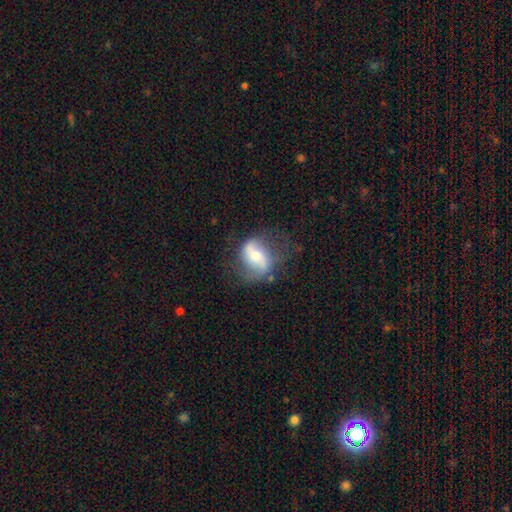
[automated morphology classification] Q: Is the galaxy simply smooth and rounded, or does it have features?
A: featured or disk — 68%.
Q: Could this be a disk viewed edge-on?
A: no — 95%.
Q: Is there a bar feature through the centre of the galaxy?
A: weak — 36%.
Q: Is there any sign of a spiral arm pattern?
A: yes — 84%.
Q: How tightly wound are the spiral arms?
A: loose — 59%.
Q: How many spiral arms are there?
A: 2 — 85%.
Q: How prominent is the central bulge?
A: moderate — 57%.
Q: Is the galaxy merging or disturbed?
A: none — 60%.